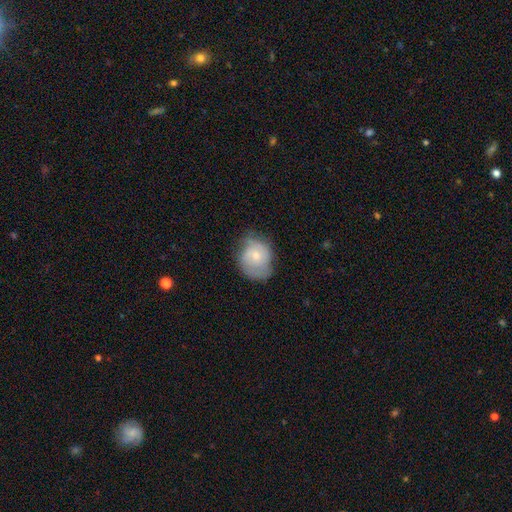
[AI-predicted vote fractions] Smooth or featured: smooth — 49% (featured or disk — 44%)
Merging: none — 55% (minor disturbance — 32%)